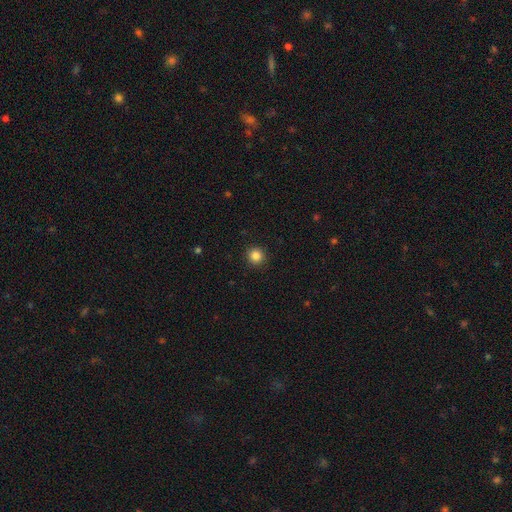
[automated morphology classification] smooth_or_featured: smooth (p=0.85) [alt: star or artifact p=0.11]
how_rounded: round (p=0.95) [alt: in between p=0.04]
merging: none (p=0.92) [alt: minor disturbance p=0.05]